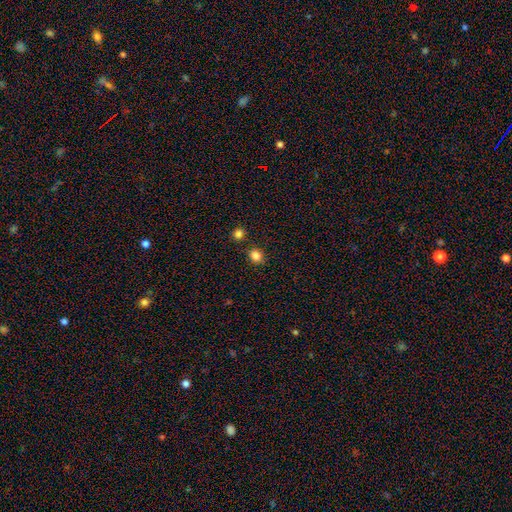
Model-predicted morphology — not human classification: A smooth galaxy with no disk features (84%) that is round (66%). Merging: none (84%).